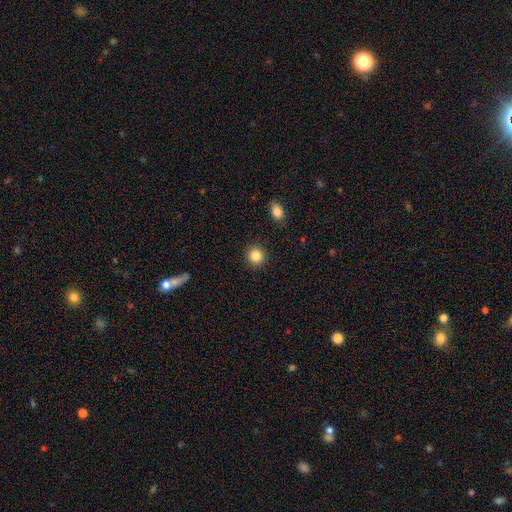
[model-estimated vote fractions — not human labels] smooth 86%, star or artifact 10%, featured or disk 5%. Down the decision tree: how rounded — round (92%); merging — none (92%).